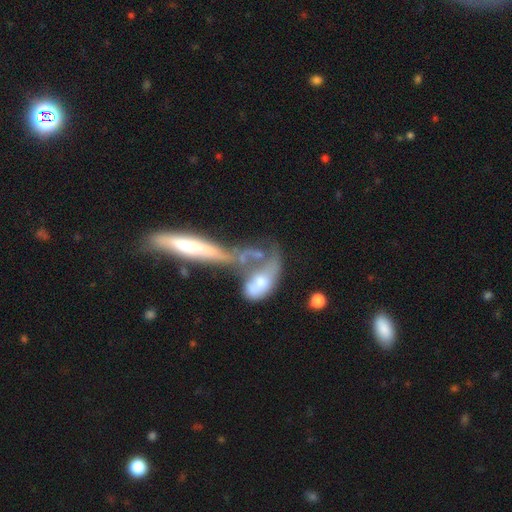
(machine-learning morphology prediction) type=featured or disk (58%); edge-on=no (61%); merging=merger (54%).